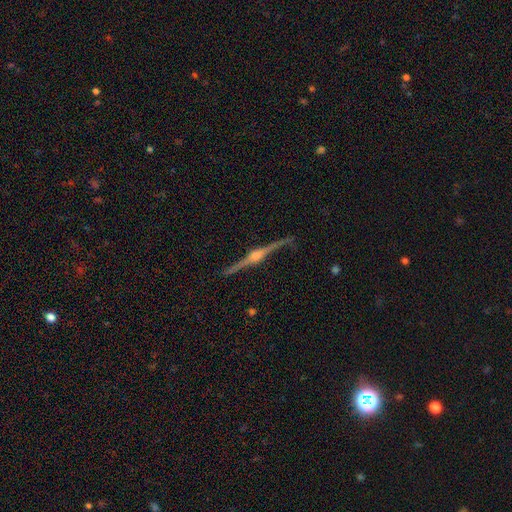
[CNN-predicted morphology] Smooth or featured? Predicted: featured or disk (p=0.90). Edge-on disk? Predicted: yes (p=0.97). Edge-on bulge? Predicted: rounded (p=0.94). Merging? Predicted: none (p=0.85).